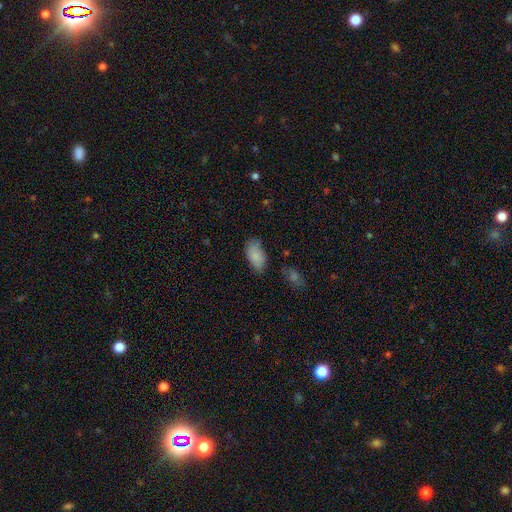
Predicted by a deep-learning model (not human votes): Smooth or featured? Predicted: smooth (p=0.85). How rounded? Predicted: in between (p=0.93). Merging? Predicted: none (p=0.66).